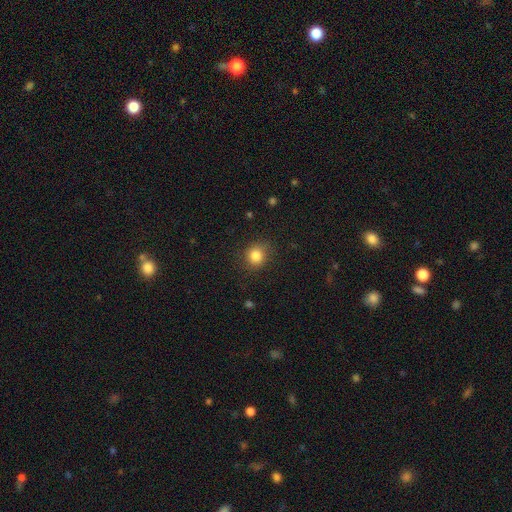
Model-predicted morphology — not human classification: The model was most divided on "how rounded": round: 84%, in between: 15%, cigar-shaped: 1%. More confident: smooth or featured — smooth (84%); merging — none (83%).